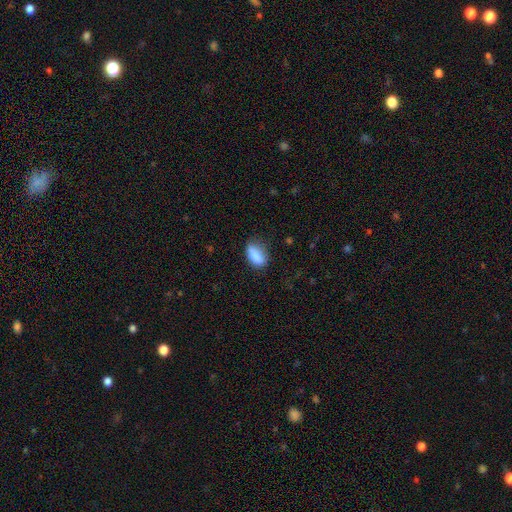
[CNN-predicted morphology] smooth-or-featured: smooth: 84% | featured or disk: 8% | star or artifact: 8%
  how-rounded: in between: 79% | cigar-shaped: 16% | round: 5%
  merging: none: 69% | minor disturbance: 23% | major disturbance: 7% | merger: 2%